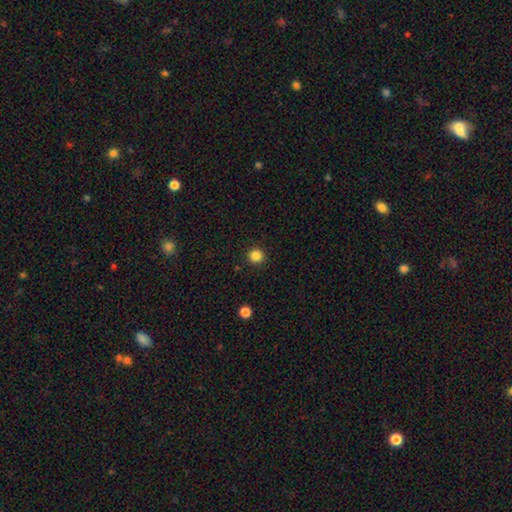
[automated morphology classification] A smooth galaxy with no disk features (85%) that is round (95%). Merging: none (92%).